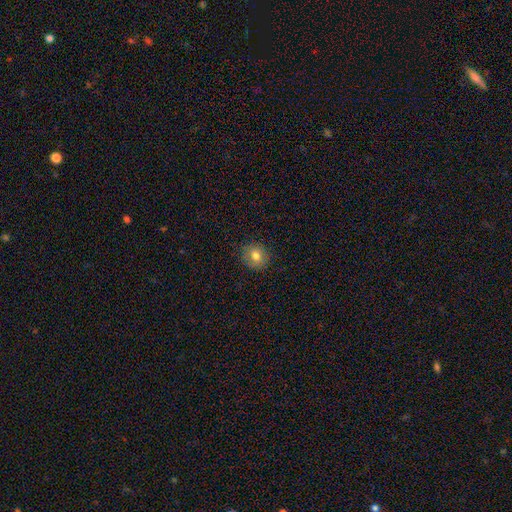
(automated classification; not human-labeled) Smooth or featured: smooth — 79% (featured or disk — 11%)
How rounded: round — 78% (in between — 21%)
Merging: none — 85% (minor disturbance — 11%)